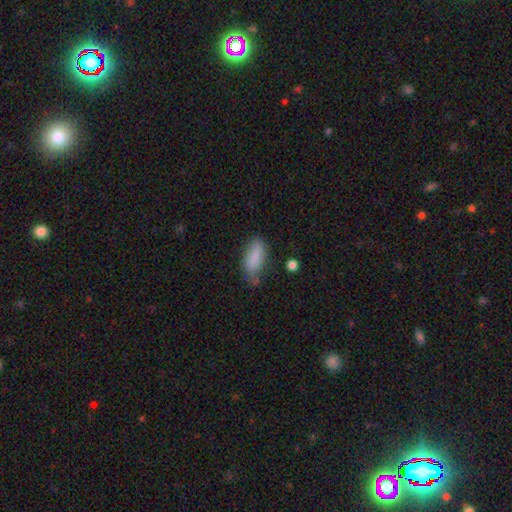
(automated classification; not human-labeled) Smooth or featured?
  - smooth: 85% *
  - star or artifact: 7%
  - featured or disk: 7%
How rounded?
  - in between: 84% *
  - cigar-shaped: 13%
  - round: 3%
Merging?
  - none: 62% *
  - minor disturbance: 27%
  - major disturbance: 7%
  - merger: 4%